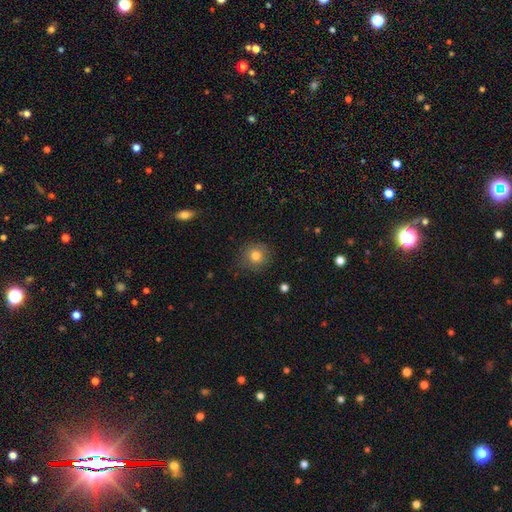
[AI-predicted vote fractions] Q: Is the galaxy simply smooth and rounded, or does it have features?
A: smooth — 80%.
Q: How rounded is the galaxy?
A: round — 89%.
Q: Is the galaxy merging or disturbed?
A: none — 82%.